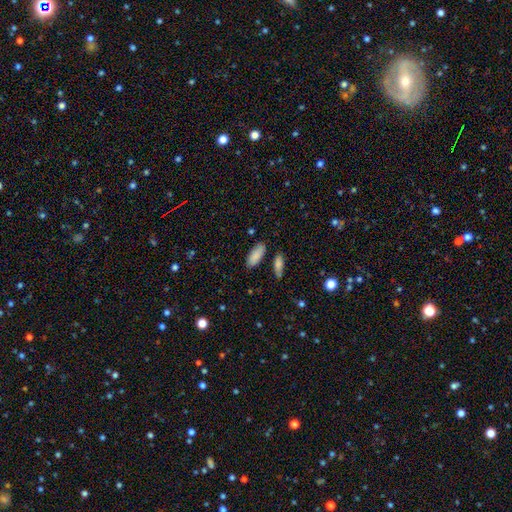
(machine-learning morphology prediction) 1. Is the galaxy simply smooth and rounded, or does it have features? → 87% smooth, 7% star or artifact, 6% featured or disk.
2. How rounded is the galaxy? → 75% in between, 23% cigar-shaped, 2% round.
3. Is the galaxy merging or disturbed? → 81% none, 11% minor disturbance, 5% merger, 3% major disturbance.